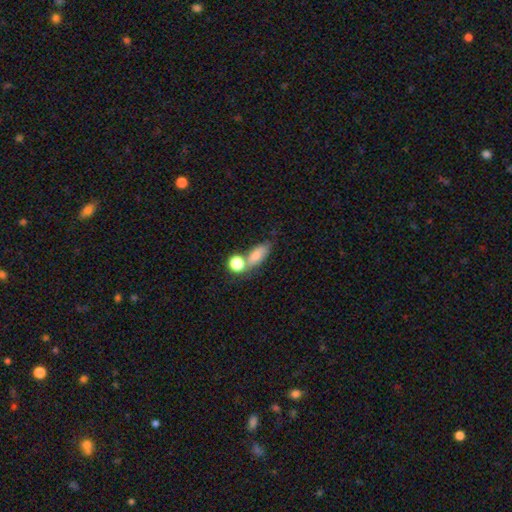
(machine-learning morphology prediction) This is likely a smooth galaxy (76%). How rounded: likely in between (71%). Merging: possibly none (49%).